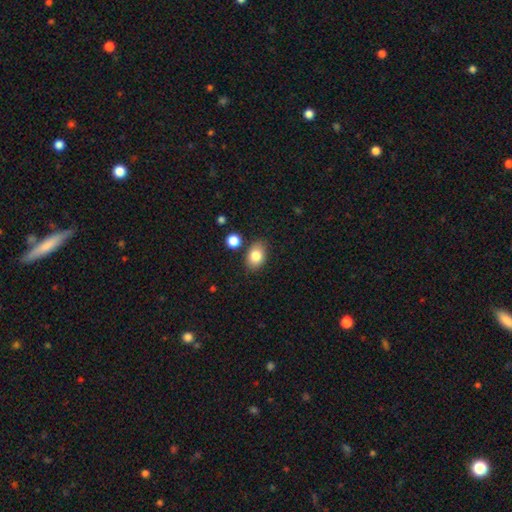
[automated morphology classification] smooth-or-featured: smooth: 83% | featured or disk: 9% | star or artifact: 8%
  how-rounded: in between: 76% | round: 22% | cigar-shaped: 1%
  merging: none: 80% | minor disturbance: 12% | merger: 5% | major disturbance: 3%